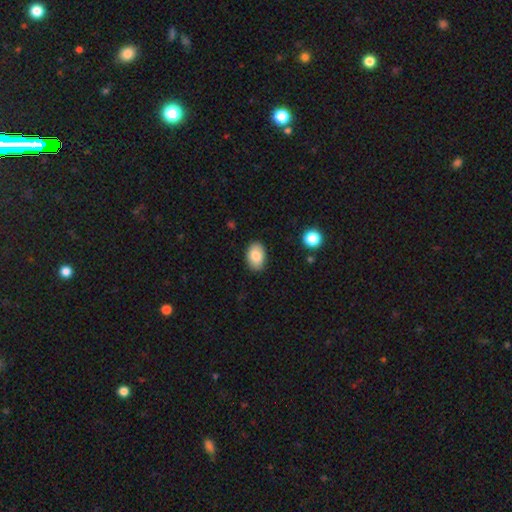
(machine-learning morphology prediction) Smooth or featured?
  - smooth: 84% *
  - featured or disk: 9%
  - star or artifact: 7%
How rounded?
  - in between: 89% *
  - round: 10%
  - cigar-shaped: 1%
Merging?
  - none: 88% *
  - minor disturbance: 9%
  - major disturbance: 2%
  - merger: 1%